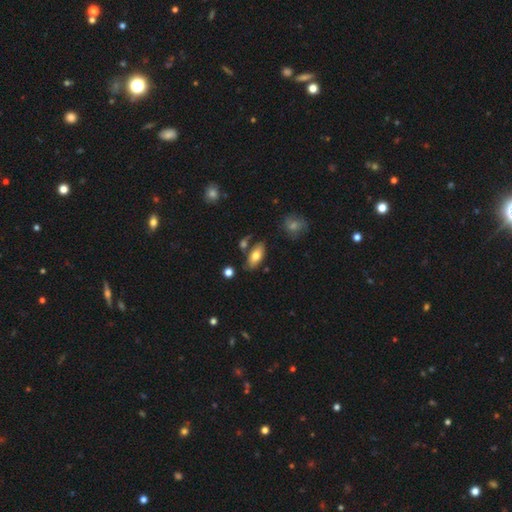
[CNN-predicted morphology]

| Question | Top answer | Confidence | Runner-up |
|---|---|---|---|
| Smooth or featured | smooth | 72% | featured or disk (21%) |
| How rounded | in between | 86% | cigar-shaped (11%) |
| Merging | none | 72% | minor disturbance (14%) |